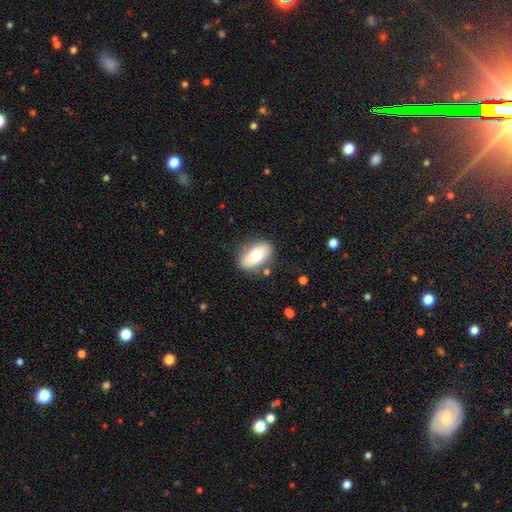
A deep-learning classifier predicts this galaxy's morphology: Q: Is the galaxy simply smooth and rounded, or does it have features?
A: smooth — 70%.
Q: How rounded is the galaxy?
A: in between — 91%.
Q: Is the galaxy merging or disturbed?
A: none — 80%.